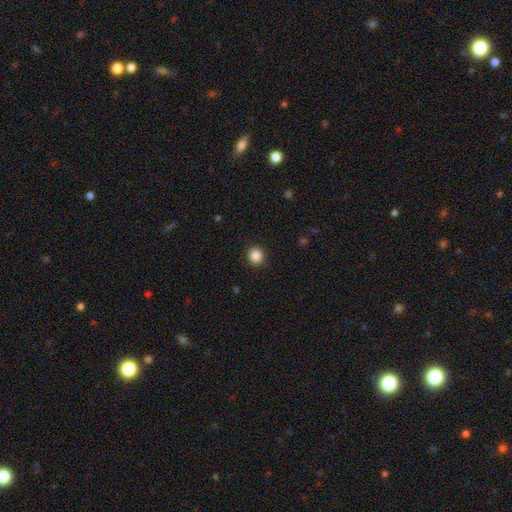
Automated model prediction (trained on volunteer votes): Morphology: type=smooth (87%); roundness=round (92%); merging=none (91%).